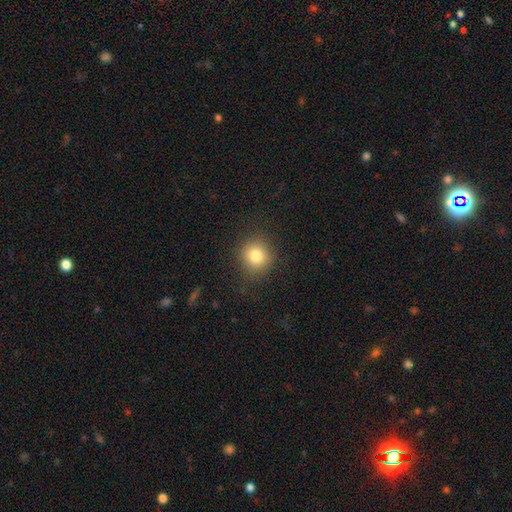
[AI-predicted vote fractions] Overall: smooth (81%). How rounded: round (87%). Merging: none (87%).